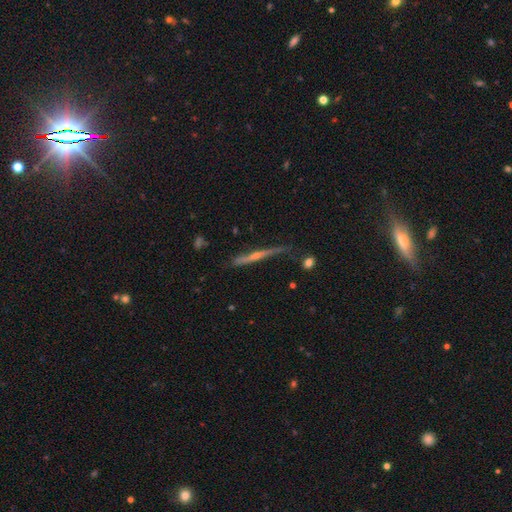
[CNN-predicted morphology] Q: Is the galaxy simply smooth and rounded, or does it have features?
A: featured or disk — 72%.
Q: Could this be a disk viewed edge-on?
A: yes — 95%.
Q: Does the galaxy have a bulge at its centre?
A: rounded — 72%.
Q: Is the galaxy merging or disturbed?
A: none — 67%.